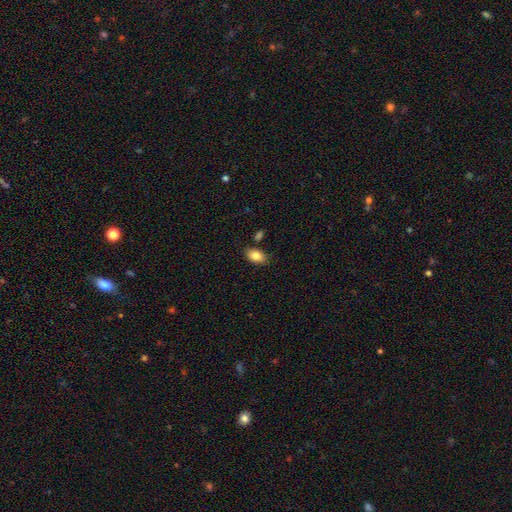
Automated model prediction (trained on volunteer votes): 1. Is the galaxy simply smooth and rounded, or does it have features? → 85% smooth, 8% star or artifact, 7% featured or disk.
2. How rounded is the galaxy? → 89% in between, 10% round, 1% cigar-shaped.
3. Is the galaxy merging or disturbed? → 82% none, 11% minor disturbance, 5% merger, 2% major disturbance.